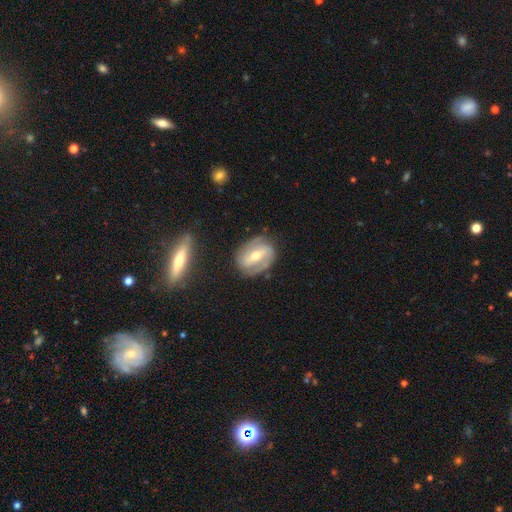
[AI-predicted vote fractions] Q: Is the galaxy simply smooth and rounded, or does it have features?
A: featured or disk — 80%.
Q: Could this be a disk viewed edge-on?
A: no — 95%.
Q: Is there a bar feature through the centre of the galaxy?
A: strong — 54%.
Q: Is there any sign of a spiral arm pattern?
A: yes — 87%.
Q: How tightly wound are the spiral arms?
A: medium — 43%.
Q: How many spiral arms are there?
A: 2 — 85%.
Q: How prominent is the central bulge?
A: moderate — 62%.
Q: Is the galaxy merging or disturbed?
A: none — 78%.